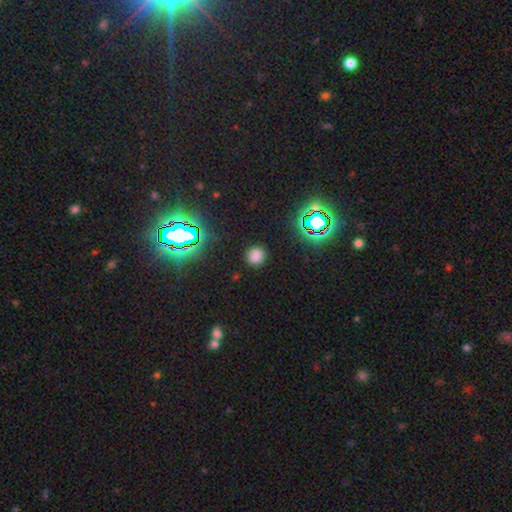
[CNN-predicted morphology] Smooth or featured? Predicted: smooth (p=0.72). How rounded? Predicted: round (p=0.88). Merging? Predicted: none (p=0.88).